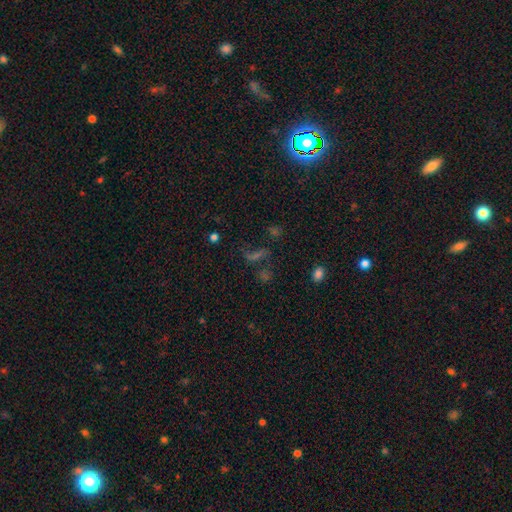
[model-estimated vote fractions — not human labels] smooth-or-featured: star or artifact: 48% | smooth: 27% | featured or disk: 24%